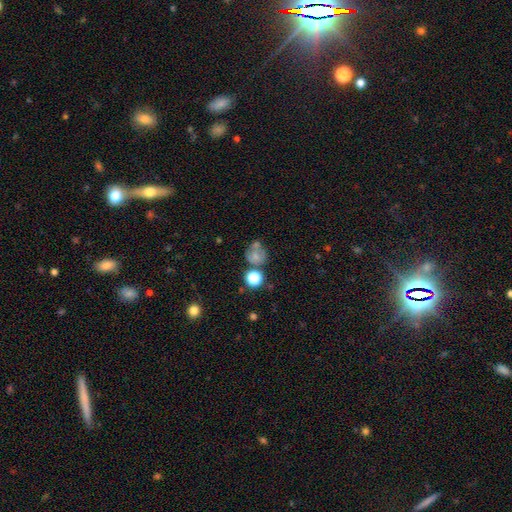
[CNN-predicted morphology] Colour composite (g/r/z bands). It shows a smooth galaxy with no disk features (57%) that is round (73%). Merging: none (40%).